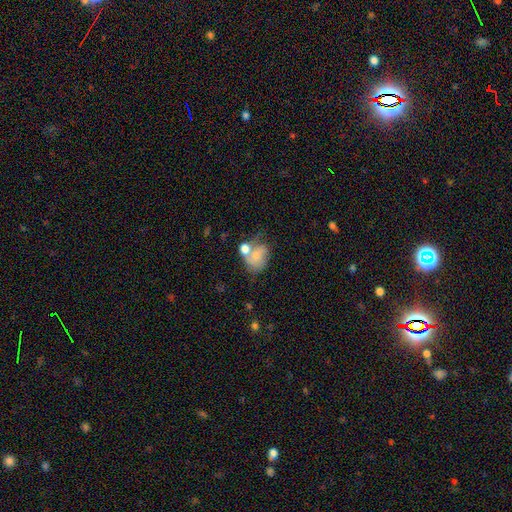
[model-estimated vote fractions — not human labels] Smooth or featured?
  - smooth: 58% *
  - featured or disk: 33%
  - star or artifact: 9%
How rounded?
  - in between: 63% *
  - round: 36%
  - cigar-shaped: 1%
Merging?
  - merger: 39% *
  - none: 26%
  - minor disturbance: 19%
  - major disturbance: 15%